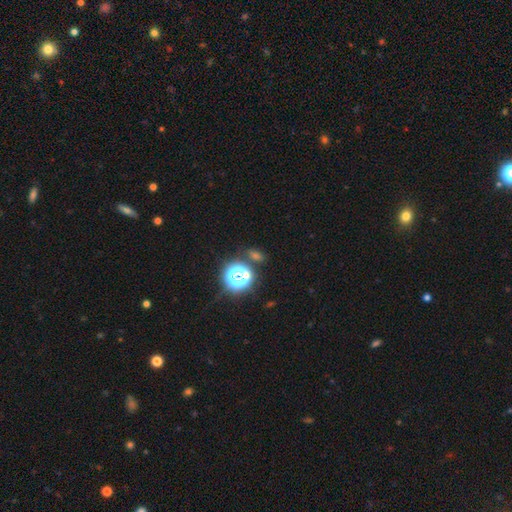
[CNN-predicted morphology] Smooth or featured? star or artifact (51%)